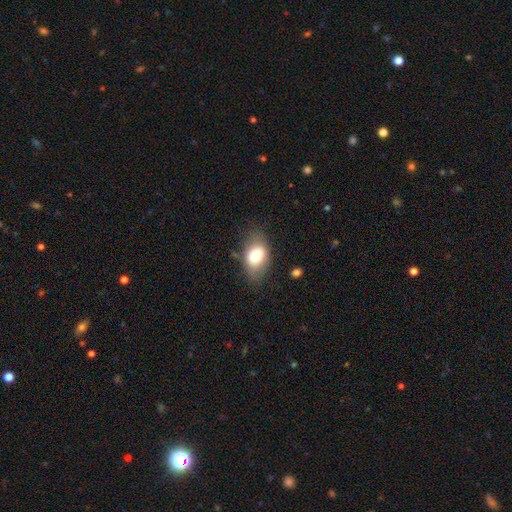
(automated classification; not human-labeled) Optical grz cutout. It shows a smooth galaxy with no disk features (75%) that is in between round and cigar-shaped (85%). Merging: none (71%).